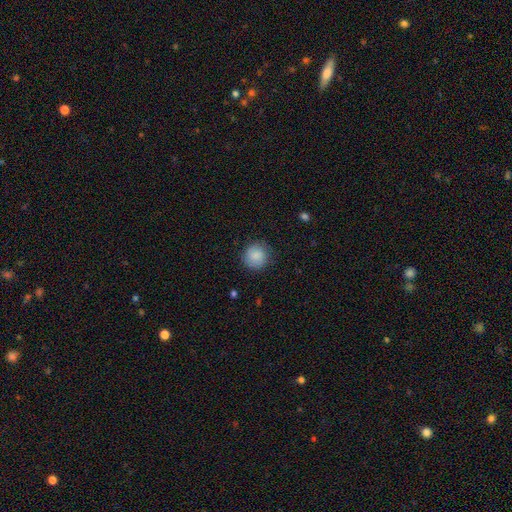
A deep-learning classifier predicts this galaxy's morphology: smooth_or_featured: smooth (p=0.83) [alt: featured or disk p=0.09]
how_rounded: round (p=0.90) [alt: in between p=0.09]
merging: none (p=0.83) [alt: minor disturbance p=0.13]